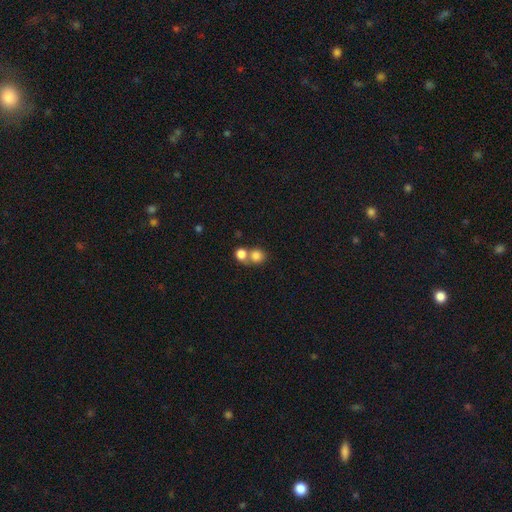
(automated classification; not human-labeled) smooth 81%, star or artifact 10%, featured or disk 8%. Down the decision tree: how rounded — round (82%); merging — merger (54%).